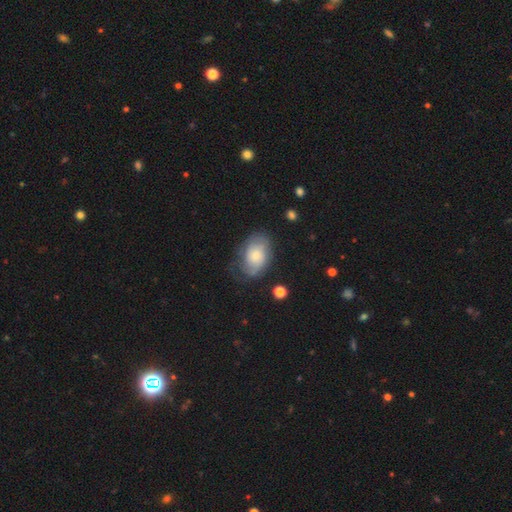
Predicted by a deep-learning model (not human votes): Overall: smooth (50%; featured or disk 42%). How rounded: in between (82%). Merging: none (56%; minor disturbance 26%).